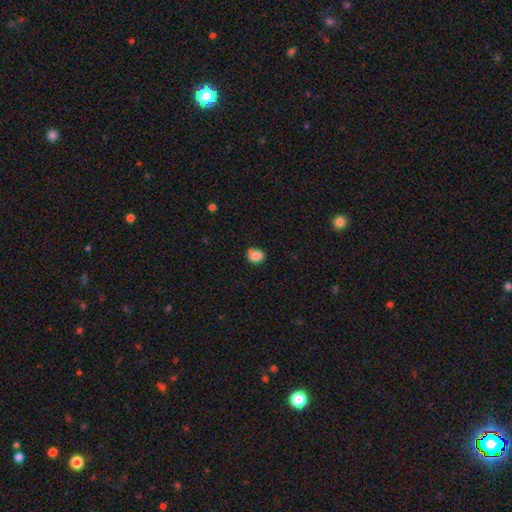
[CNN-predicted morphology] Smooth or featured? Predicted: smooth (p=0.82). How rounded? Predicted: round (p=0.55). Merging? Predicted: none (p=0.61).